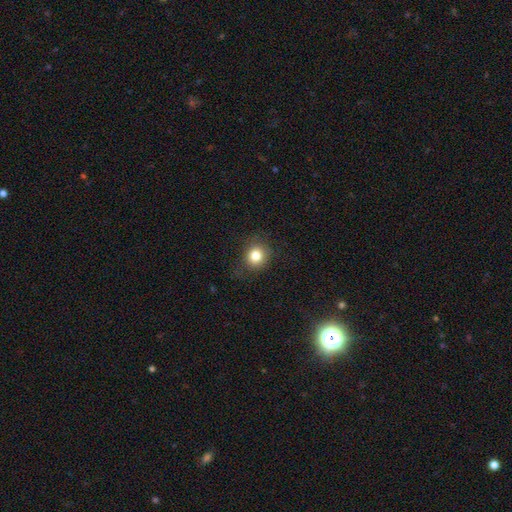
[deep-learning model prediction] smooth 81%, star or artifact 12%, featured or disk 7%. Down the decision tree: how rounded — round (81%); merging — none (82%).